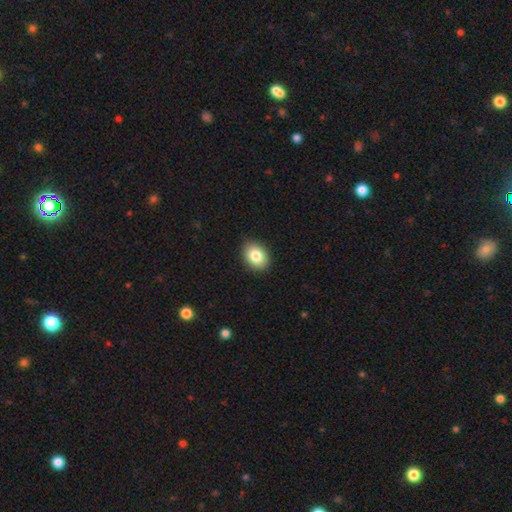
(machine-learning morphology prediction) smooth 83%, star or artifact 9%, featured or disk 8%. Down the decision tree: how rounded — in between (66%); merging — none (88%).